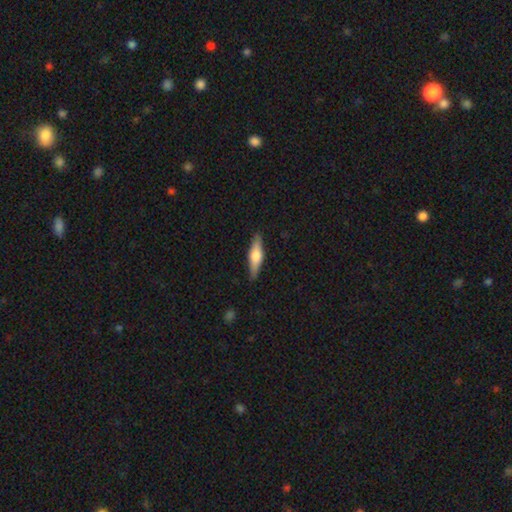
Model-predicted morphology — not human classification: A smooth galaxy with no disk features (48%).

Vote fractions:
- Smooth or featured? smooth: 48% / featured or disk: 47% / star or artifact: 6%
- Merging? none: 88% / minor disturbance: 9% / major disturbance: 2% / merger: 1%